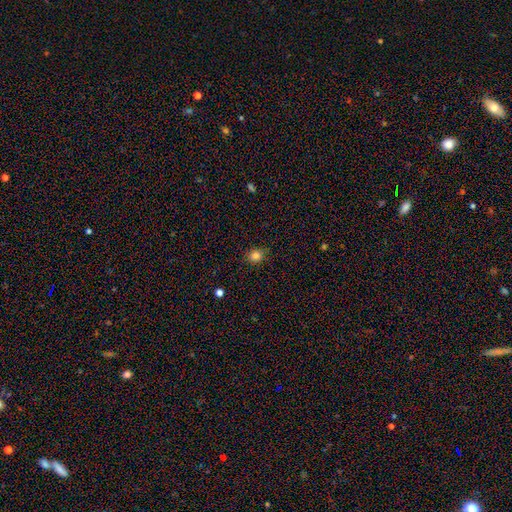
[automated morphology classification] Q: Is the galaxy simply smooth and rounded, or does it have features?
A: smooth — 83%.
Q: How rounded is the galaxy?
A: round — 69%.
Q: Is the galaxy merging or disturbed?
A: none — 86%.